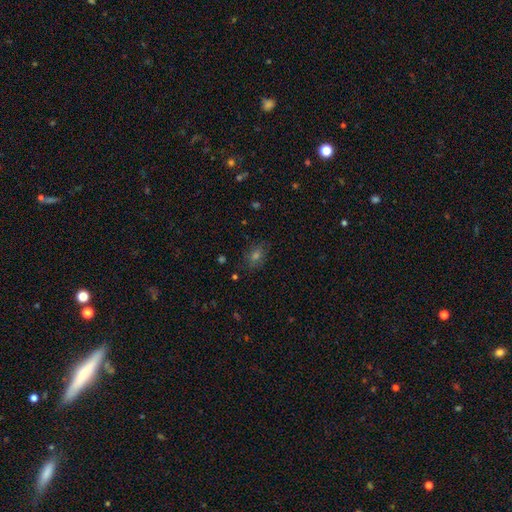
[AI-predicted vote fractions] A smooth galaxy with no disk features (59%) that is in between round and cigar-shaped (52%). Merging: none (83%).